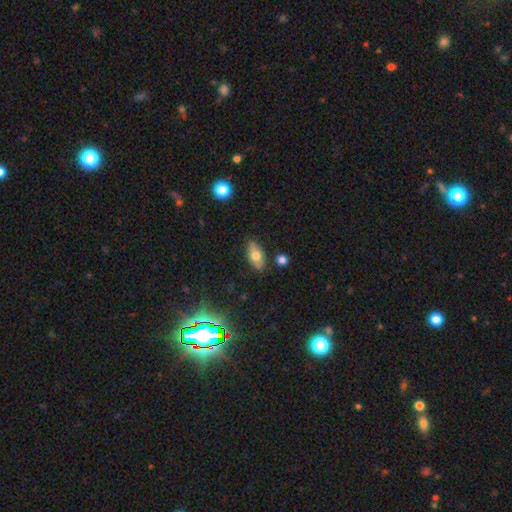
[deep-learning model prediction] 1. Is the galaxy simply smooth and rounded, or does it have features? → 70% smooth, 22% featured or disk, 8% star or artifact.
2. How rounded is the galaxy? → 88% in between, 7% cigar-shaped, 5% round.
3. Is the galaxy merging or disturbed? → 82% none, 13% minor disturbance, 3% merger, 2% major disturbance.